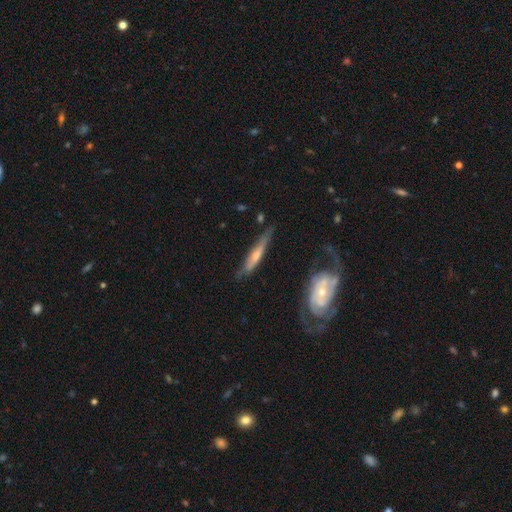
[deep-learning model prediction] smooth_or_featured: featured or disk (p=0.62) [alt: smooth p=0.31]
disk_edge_on: yes (p=0.76) [alt: no p=0.24]
merging: none (p=0.67) [alt: minor disturbance p=0.21]